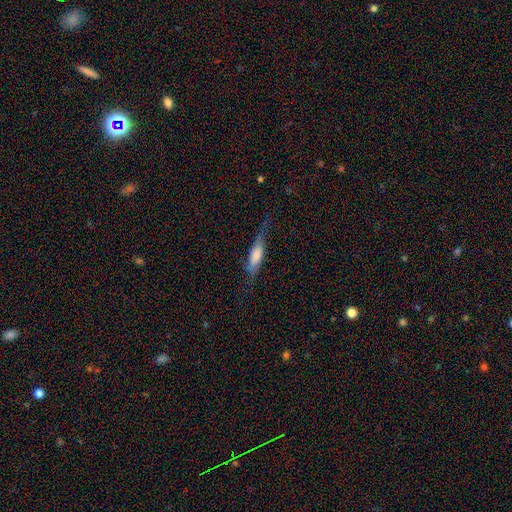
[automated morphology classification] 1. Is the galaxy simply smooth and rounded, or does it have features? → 61% smooth, 32% featured or disk, 7% star or artifact.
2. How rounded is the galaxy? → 52% cigar-shaped, 45% in between, 2% round.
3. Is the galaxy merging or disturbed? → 52% none, 28% minor disturbance, 17% major disturbance, 2% merger.